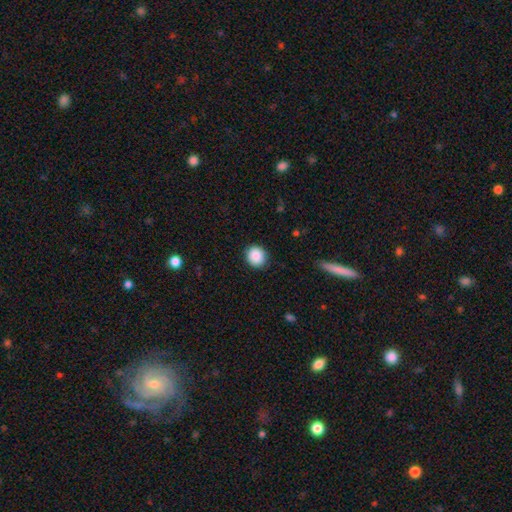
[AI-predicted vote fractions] Smooth or featured?
  - smooth: 88% *
  - star or artifact: 8%
  - featured or disk: 4%
How rounded?
  - round: 88% *
  - in between: 11%
  - cigar-shaped: 1%
Merging?
  - none: 89% *
  - minor disturbance: 8%
  - major disturbance: 2%
  - merger: 1%